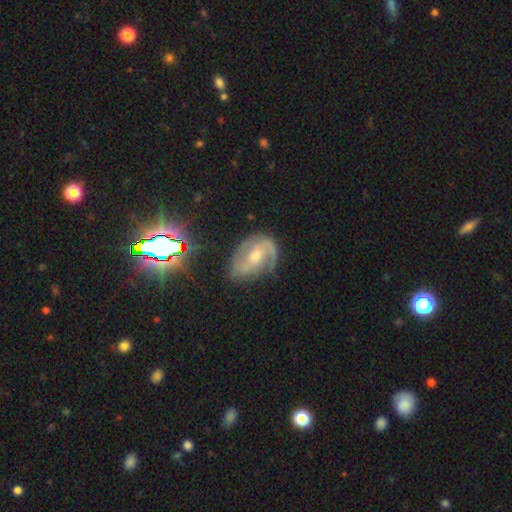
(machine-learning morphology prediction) A featured or disk galaxy (80%) with a weak bar (47%), 2 (74%) medium (49%) spiral arms (95%) and a moderate central bulge (58%).

Vote fractions:
- Smooth or featured? featured or disk: 80% / smooth: 11% / star or artifact: 9%
- Edge-on disk? no: 97% / yes: 3%
- Bar? weak: 47% / no: 37% / strong: 16%
- Spiral arms? yes: 95% / no: 5%
- Spiral winding? medium: 49% / tight: 31% / loose: 20%
- Spiral arm count? 2: 74% / 1: 9% / can't tell: 9% / 3: 5% / 4: 1% / more than 4: 1%
- Bulge size? moderate: 58% / small: 31% / large: 6% / none: 5% / dominant: 1%
- Merging? none: 67% / minor disturbance: 21% / major disturbance: 10% / merger: 2%